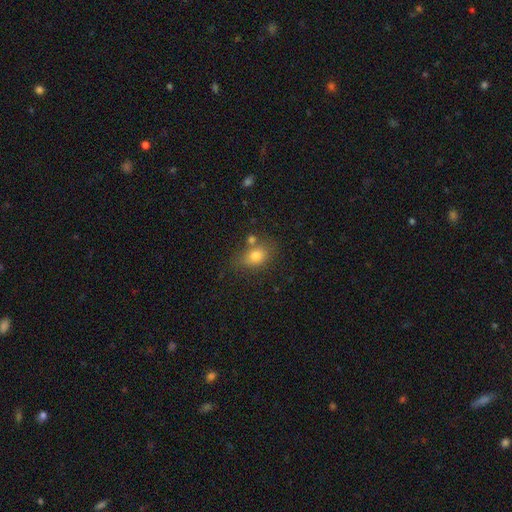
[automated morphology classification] A smooth galaxy with no disk features (78%) that is in between round and cigar-shaped (65%). Merging: none (63%).